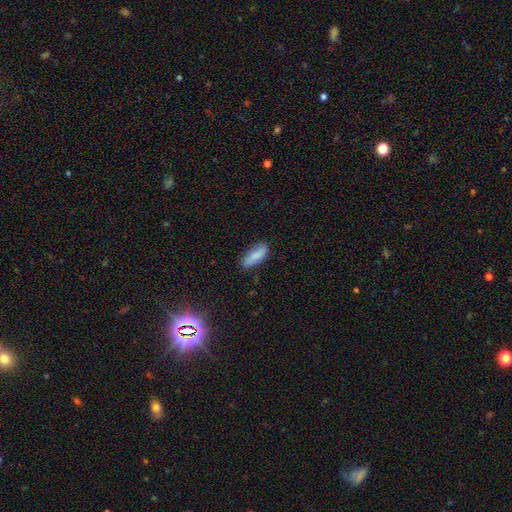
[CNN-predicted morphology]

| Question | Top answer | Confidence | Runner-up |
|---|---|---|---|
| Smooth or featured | smooth | 83% | featured or disk (11%) |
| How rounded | in between | 58% | cigar-shaped (40%) |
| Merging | none | 76% | minor disturbance (19%) |